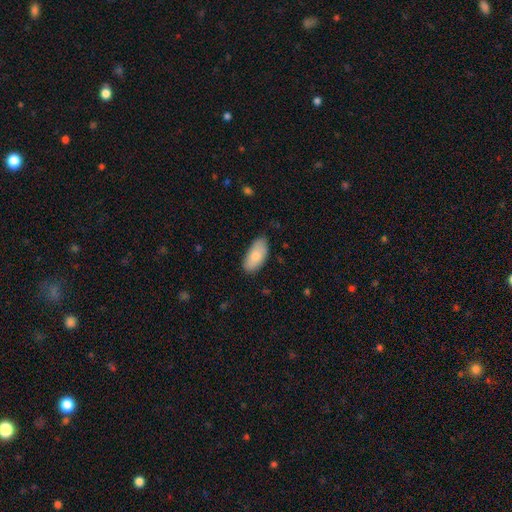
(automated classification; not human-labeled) Smooth or featured: smooth — 83% (featured or disk — 11%)
How rounded: in between — 93% (cigar-shaped — 5%)
Merging: none — 80% (minor disturbance — 16%)